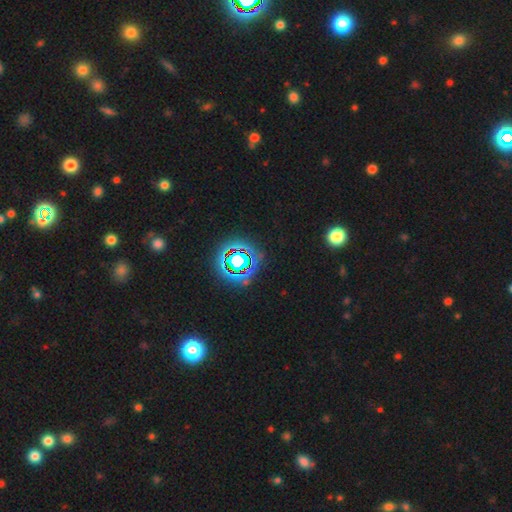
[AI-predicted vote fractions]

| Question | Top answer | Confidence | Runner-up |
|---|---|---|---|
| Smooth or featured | star or artifact | 78% | smooth (13%) |